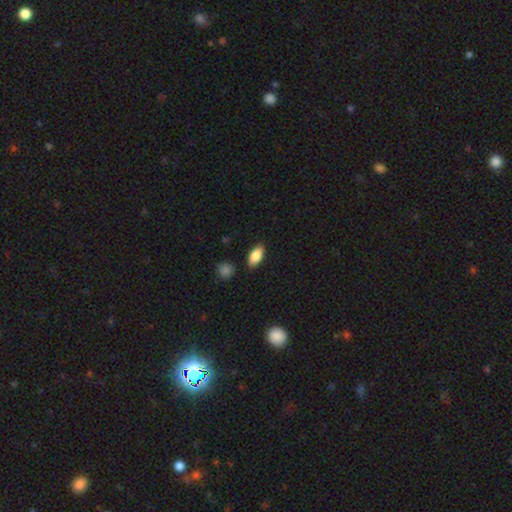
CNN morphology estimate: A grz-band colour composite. It shows a smooth galaxy with no disk features (84%) that is in between round and cigar-shaped (89%). Merging: none (87%).